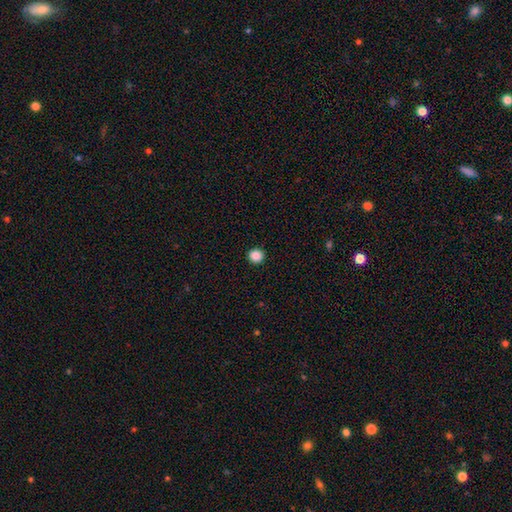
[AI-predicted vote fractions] Smooth or featured? Predicted: smooth (p=0.87). How rounded? Predicted: round (p=0.94). Merging? Predicted: none (p=0.94).